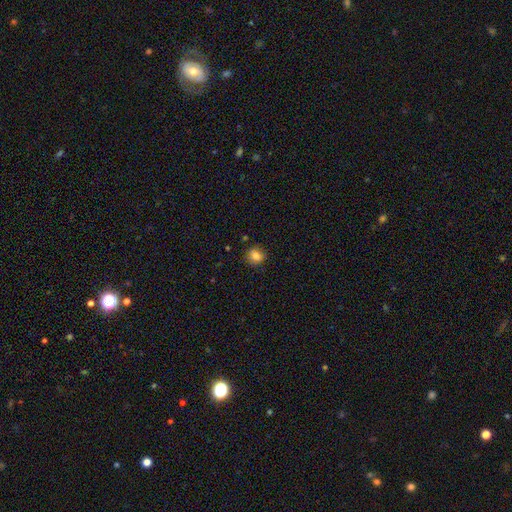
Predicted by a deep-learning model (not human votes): Smooth or featured: smooth — 82% (star or artifact — 11%)
How rounded: round — 69% (in between — 30%)
Merging: none — 85% (minor disturbance — 11%)